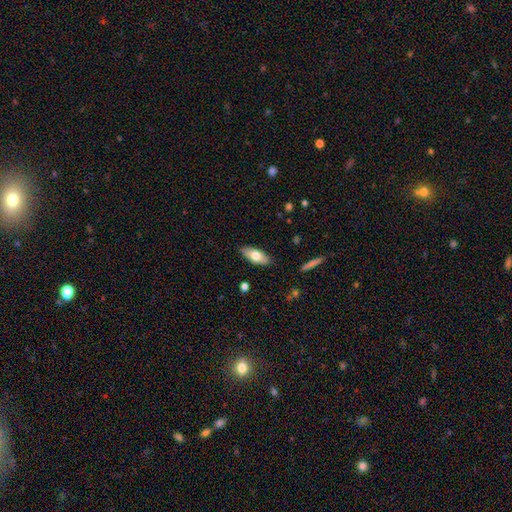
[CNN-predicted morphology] Smooth or featured? smooth (71%)
How rounded? in between (80%)
Merging? none (87%)